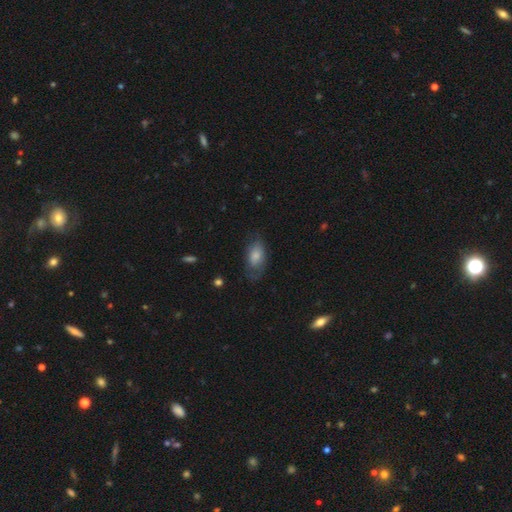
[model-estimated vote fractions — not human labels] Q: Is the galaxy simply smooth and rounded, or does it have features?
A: smooth — 71%.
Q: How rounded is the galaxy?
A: in between — 90%.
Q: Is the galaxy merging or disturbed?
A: none — 58%.